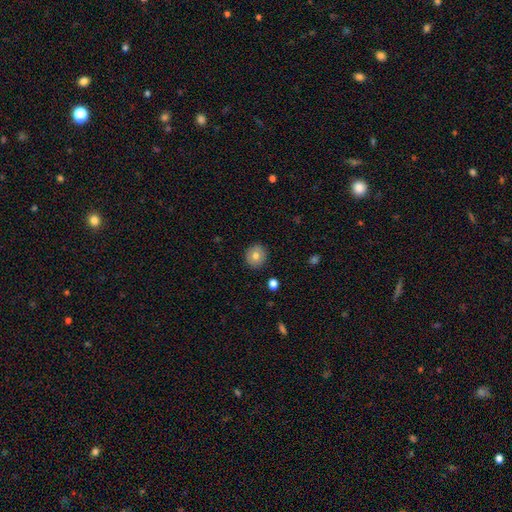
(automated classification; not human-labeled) Morphology: type=smooth (74%); roundness=round (92%); merging=none (91%).